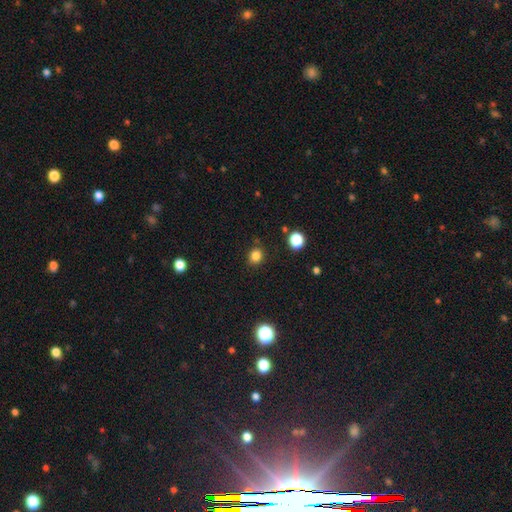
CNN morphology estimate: Smooth or featured? Predicted: smooth (p=0.82). How rounded? Predicted: round (p=0.75). Merging? Predicted: none (p=0.84).